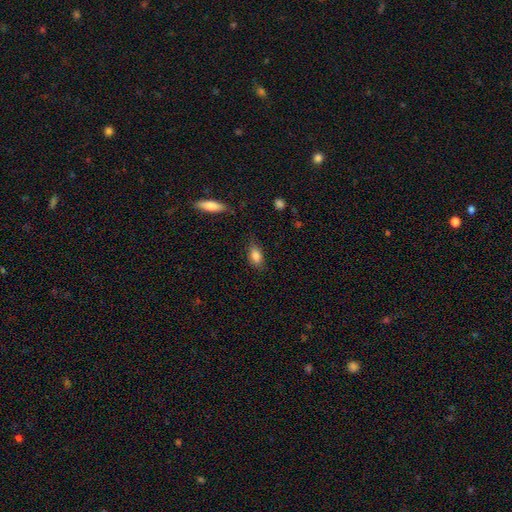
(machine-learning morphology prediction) A smooth galaxy with no disk features (83%) that is in between round and cigar-shaped (85%). Merging: none (77%).